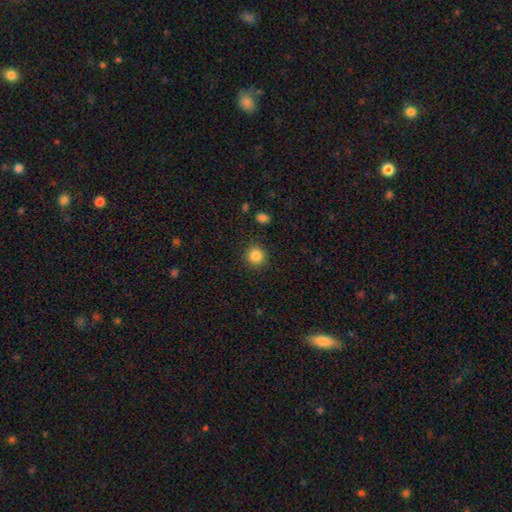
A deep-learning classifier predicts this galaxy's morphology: Q: Smooth or featured?
A: smooth (85%); runner-up: star or artifact (10%)
Q: How rounded?
A: round (92%); runner-up: in between (7%)
Q: Merging?
A: none (89%); runner-up: minor disturbance (7%)